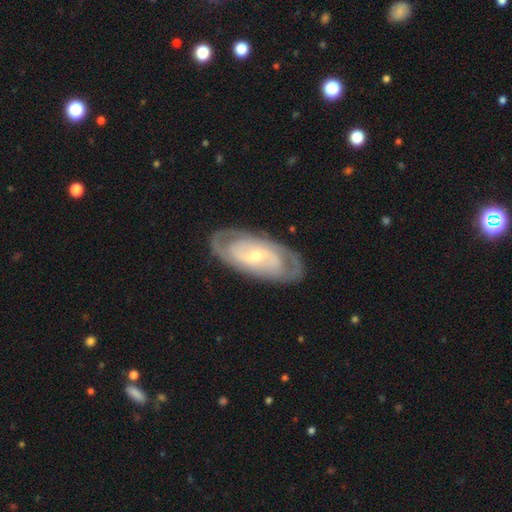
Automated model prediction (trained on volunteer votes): A featured or disk galaxy (81%) with no bar (46%), 2 (50%) tight (59%) spiral arms (88%) and a small central bulge (63%). Merging: none (81%).